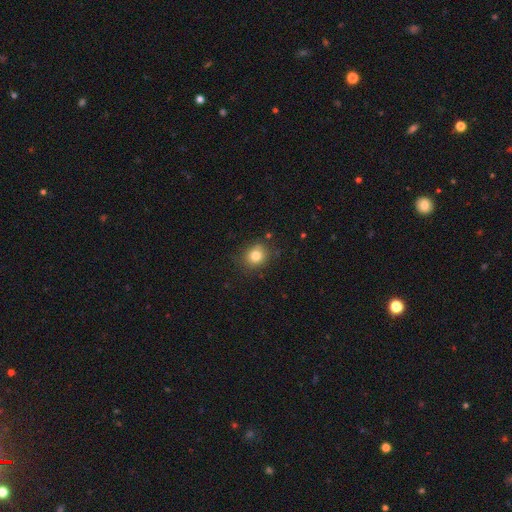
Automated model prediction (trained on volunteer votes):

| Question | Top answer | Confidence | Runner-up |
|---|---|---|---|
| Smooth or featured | smooth | 81% | star or artifact (11%) |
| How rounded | round | 78% | in between (22%) |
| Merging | none | 81% | minor disturbance (14%) |